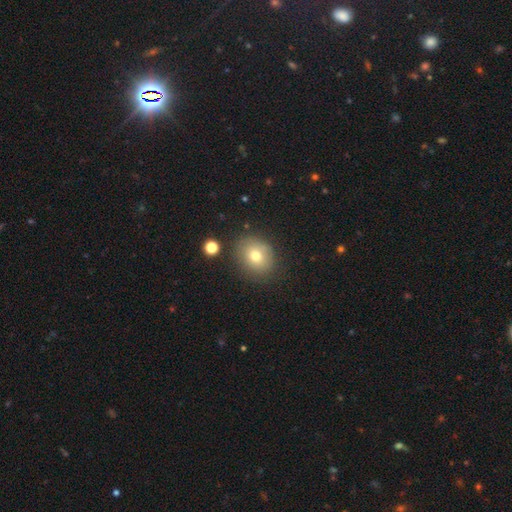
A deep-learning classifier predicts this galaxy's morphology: This appears to be a smooth galaxy with no disk features (73%) that is round (65%). Merging: none (81%).